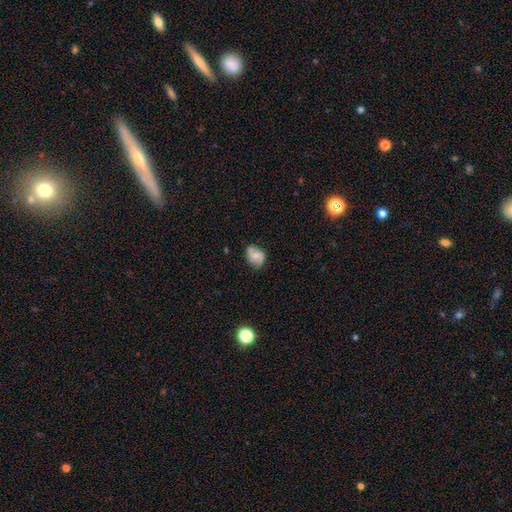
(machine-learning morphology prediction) This is possibly a smooth galaxy (51%). How rounded: possibly in between (58%). Merging: likely none (69%).